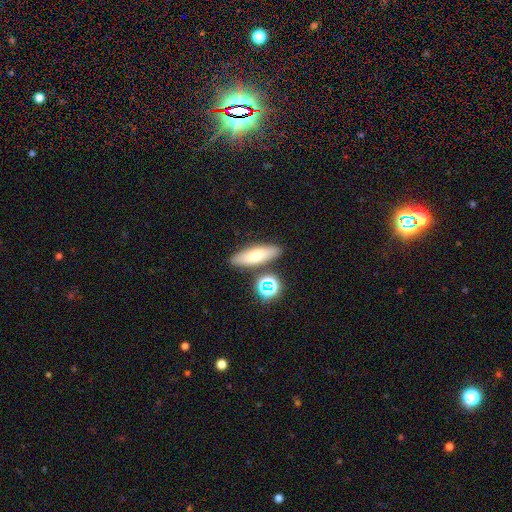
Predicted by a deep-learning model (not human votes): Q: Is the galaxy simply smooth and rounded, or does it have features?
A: smooth — 67%.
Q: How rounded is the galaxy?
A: in between — 49%.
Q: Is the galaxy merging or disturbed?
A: none — 82%.